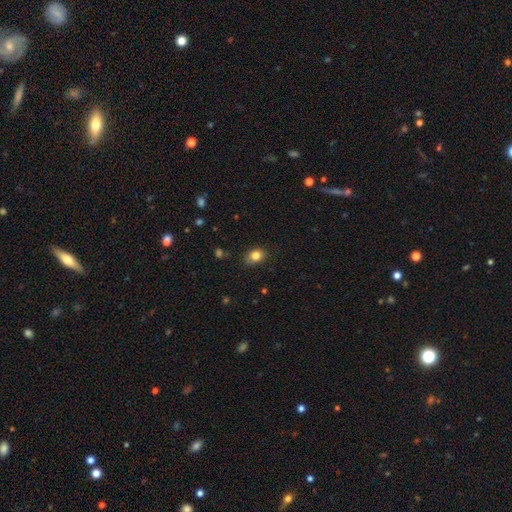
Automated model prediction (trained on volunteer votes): This appears to be a smooth galaxy with no disk features (83%) that is in between round and cigar-shaped (59%). Merging: none (82%).